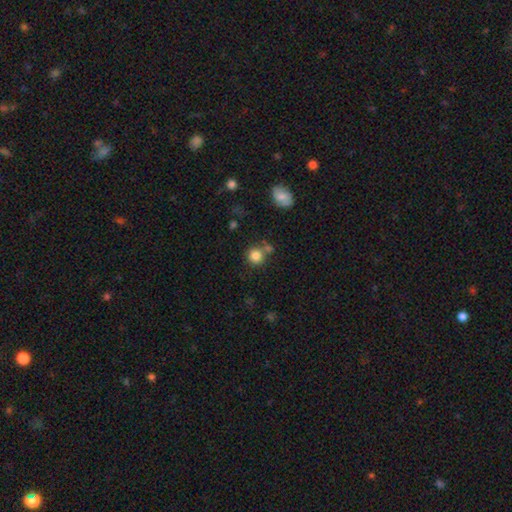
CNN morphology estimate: Smooth or featured?
  - smooth: 83% *
  - star or artifact: 10%
  - featured or disk: 6%
How rounded?
  - round: 90% *
  - in between: 9%
  - cigar-shaped: 1%
Merging?
  - none: 68% *
  - merger: 17%
  - minor disturbance: 11%
  - major disturbance: 4%